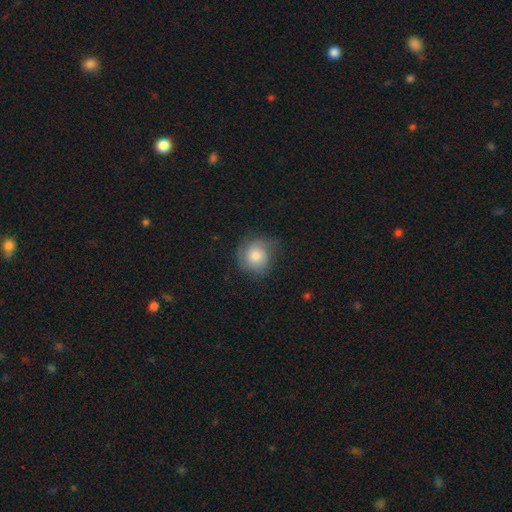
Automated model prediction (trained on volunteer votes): smooth 69%, featured or disk 23%, star or artifact 8%. Down the decision tree: how rounded — round (84%); merging — none (63%).